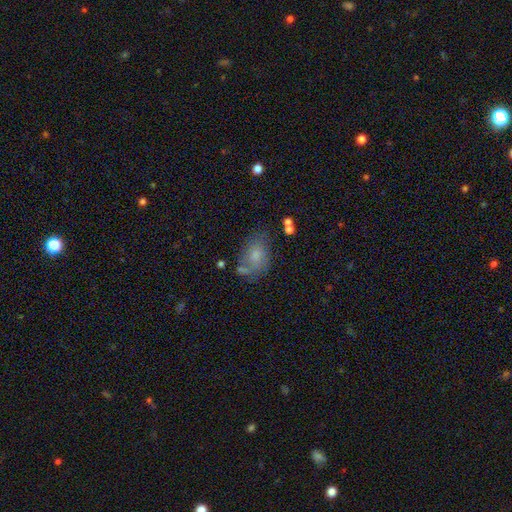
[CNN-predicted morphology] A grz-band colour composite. It shows a smooth galaxy with no disk features (53%) that is in between round and cigar-shaped (79%). Merging: none (49%).